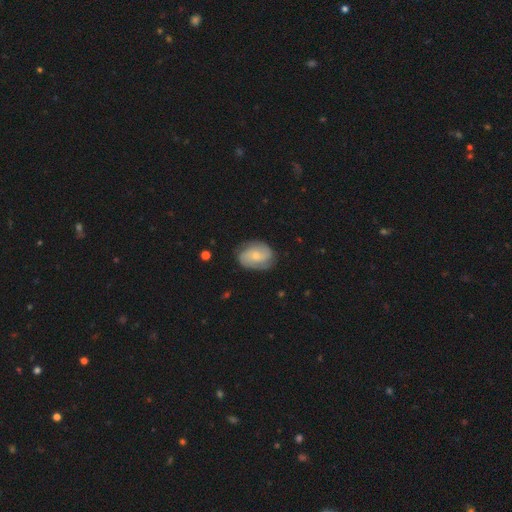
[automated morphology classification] This appears to be a featured or disk galaxy (63%) with no bar (67%), 2 (69%) medium (41%) spiral arms (90%) and a small central bulge (62%). Merging: none (76%).